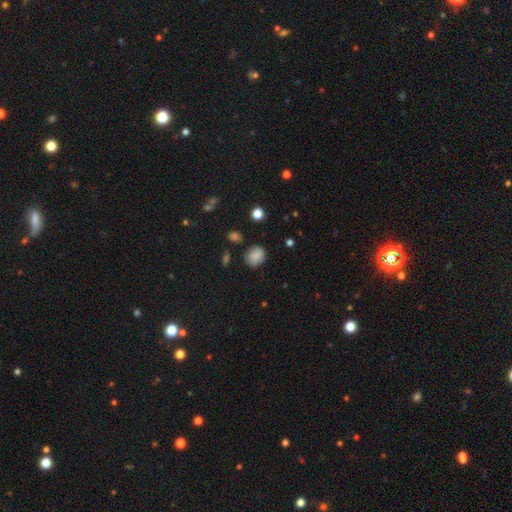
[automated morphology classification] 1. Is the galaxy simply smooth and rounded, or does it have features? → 84% smooth, 10% star or artifact, 6% featured or disk.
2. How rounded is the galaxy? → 64% round, 36% in between, 1% cigar-shaped.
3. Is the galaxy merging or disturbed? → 77% none, 17% minor disturbance, 4% major disturbance, 3% merger.